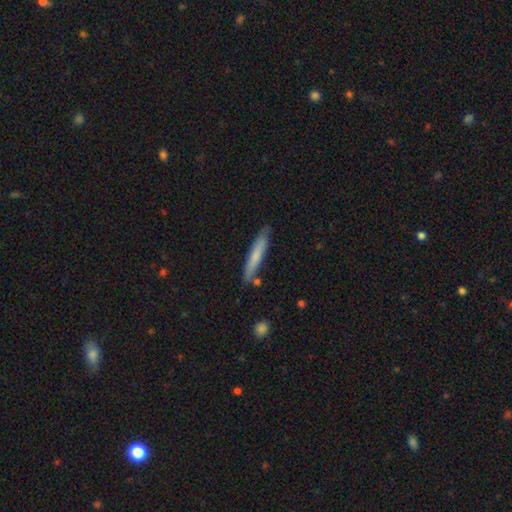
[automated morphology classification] Overall: smooth (67%; featured or disk 27%). How rounded: cigar-shaped (93%). Merging: none (81%).